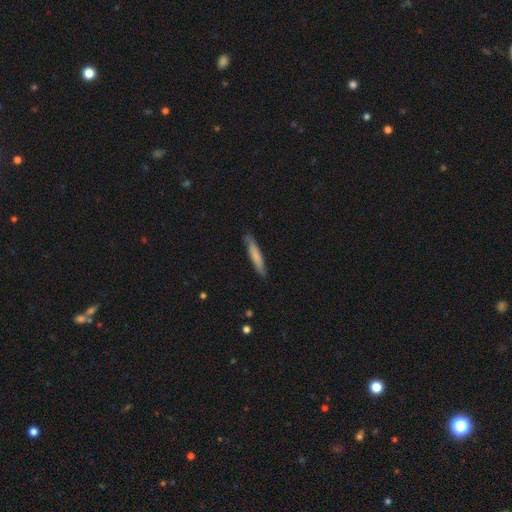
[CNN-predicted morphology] Smooth or featured: smooth — 74% (featured or disk — 21%)
How rounded: cigar-shaped — 93% (in between — 6%)
Merging: none — 86% (minor disturbance — 11%)